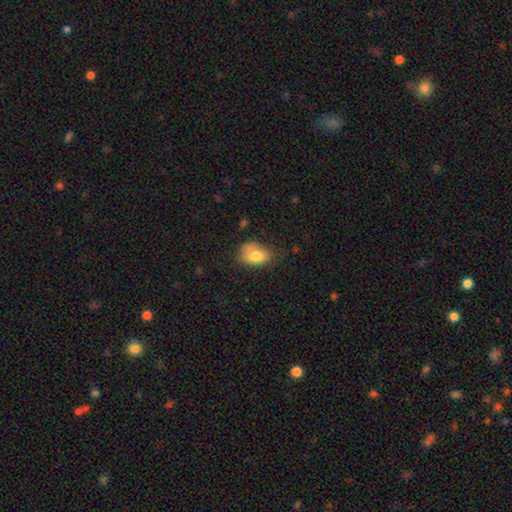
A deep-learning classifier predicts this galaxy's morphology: Smooth or featured: smooth — 77% (featured or disk — 15%)
How rounded: in between — 82% (round — 17%)
Merging: none — 47% (minor disturbance — 34%)